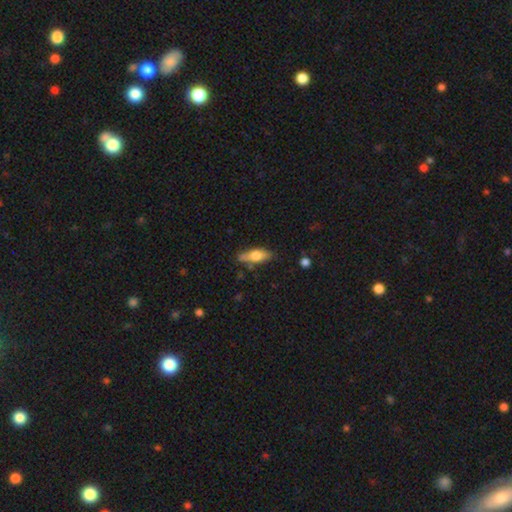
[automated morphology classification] Q: Smooth or featured?
A: smooth (65%); runner-up: featured or disk (29%)
Q: How rounded?
A: in between (61%); runner-up: cigar-shaped (37%)
Q: Merging?
A: none (75%); runner-up: minor disturbance (17%)